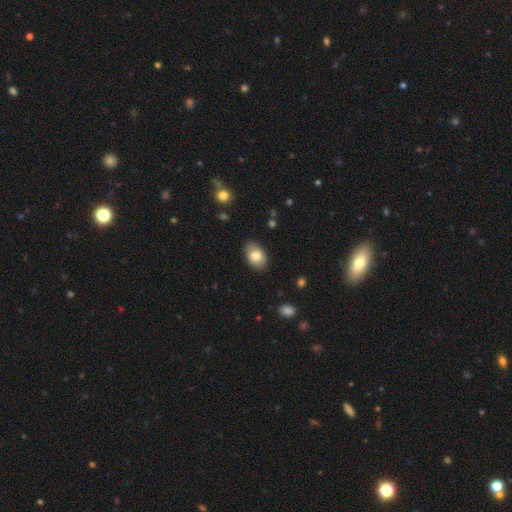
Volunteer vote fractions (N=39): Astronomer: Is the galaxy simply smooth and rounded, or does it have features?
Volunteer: smooth — 85%.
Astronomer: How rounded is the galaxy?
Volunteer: in between — 82%.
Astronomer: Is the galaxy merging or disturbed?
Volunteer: none — 76%.